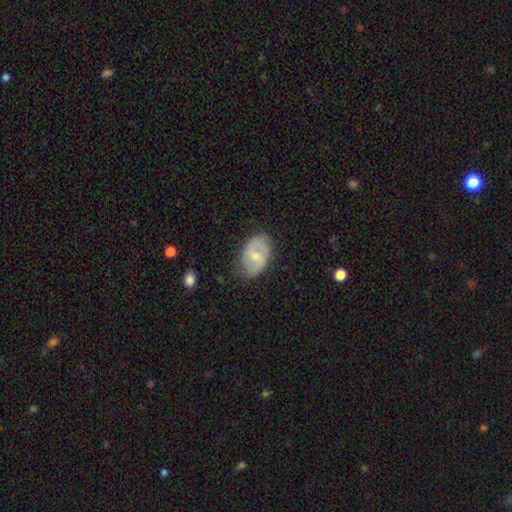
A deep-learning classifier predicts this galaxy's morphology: Q: Smooth or featured?
A: featured or disk (55%); runner-up: smooth (40%)
Q: Edge-on disk?
A: no (95%); runner-up: yes (5%)
Q: Bar?
A: weak (50%); runner-up: no (36%)
Q: Spiral arms?
A: yes (65%); runner-up: no (35%)
Q: Bulge size?
A: moderate (54%); runner-up: small (41%)
Q: Merging?
A: none (73%); runner-up: minor disturbance (21%)